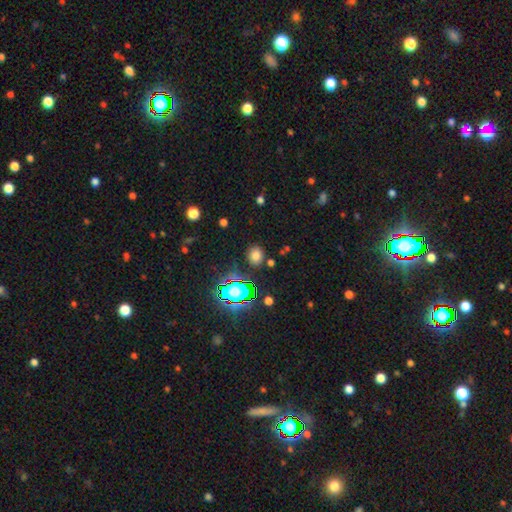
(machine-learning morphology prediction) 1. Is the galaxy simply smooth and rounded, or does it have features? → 68% smooth, 25% star or artifact, 7% featured or disk.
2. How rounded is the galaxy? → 73% round, 26% in between, 1% cigar-shaped.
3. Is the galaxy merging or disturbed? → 84% none, 9% minor disturbance, 4% merger, 3% major disturbance.